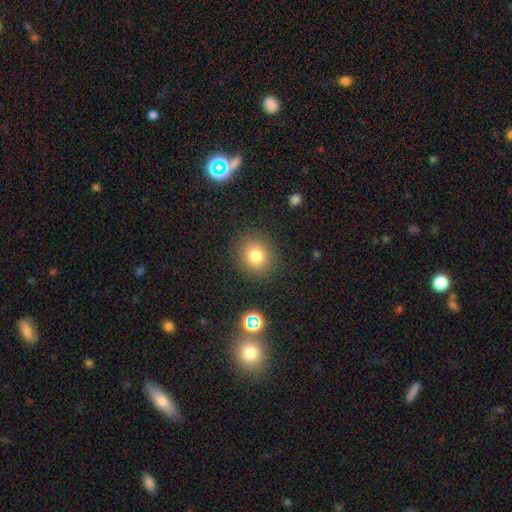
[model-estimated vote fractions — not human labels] This appears to be a smooth galaxy with no disk features (79%) that is round (85%). Merging: none (88%).